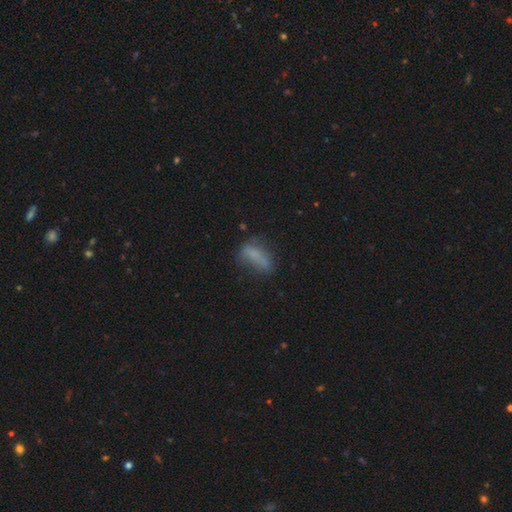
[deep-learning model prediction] smooth-or-featured: smooth: 67% | featured or disk: 21% | star or artifact: 12%
  how-rounded: in between: 68% | cigar-shaped: 27% | round: 5%
  merging: none: 47% | minor disturbance: 29% | major disturbance: 19% | merger: 6%